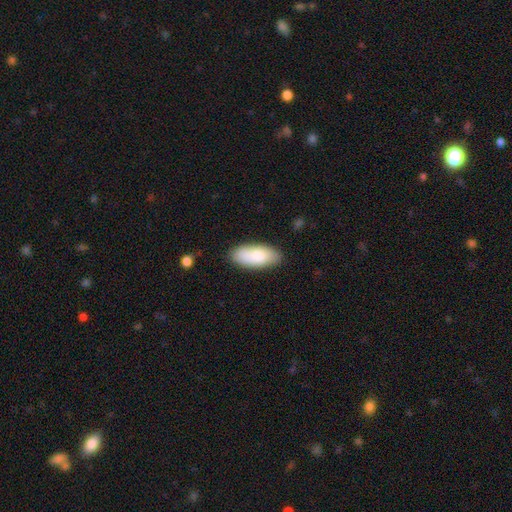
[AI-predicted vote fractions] This appears to be a smooth galaxy with no disk features (84%) that is in between round and cigar-shaped (86%). Merging: none (84%).